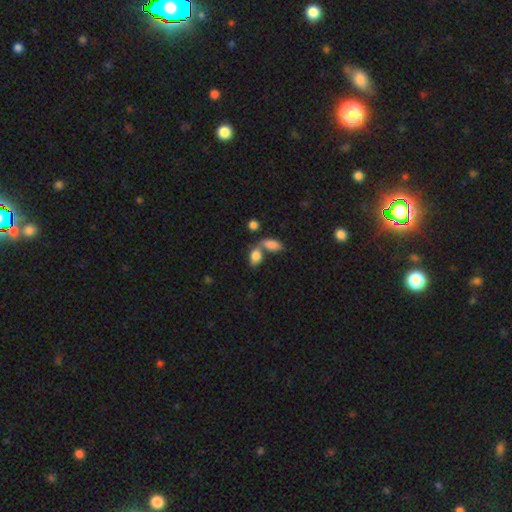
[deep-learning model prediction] Smooth or featured? Predicted: smooth (p=0.84). How rounded? Predicted: in between (p=0.87). Merging? Predicted: merger (p=0.44).